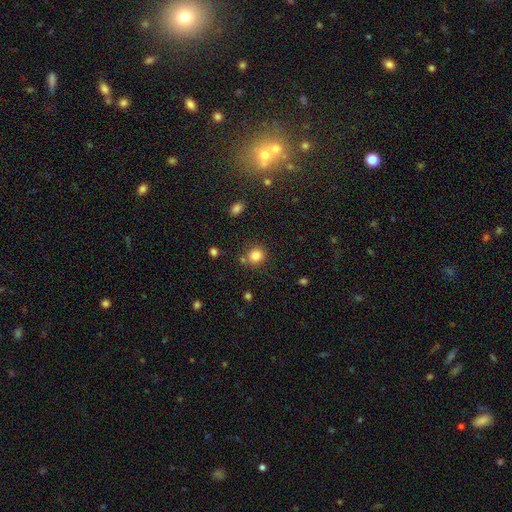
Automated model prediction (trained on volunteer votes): Q: Smooth or featured?
A: smooth (83%); runner-up: star or artifact (11%)
Q: How rounded?
A: round (83%); runner-up: in between (16%)
Q: Merging?
A: none (76%); runner-up: minor disturbance (11%)